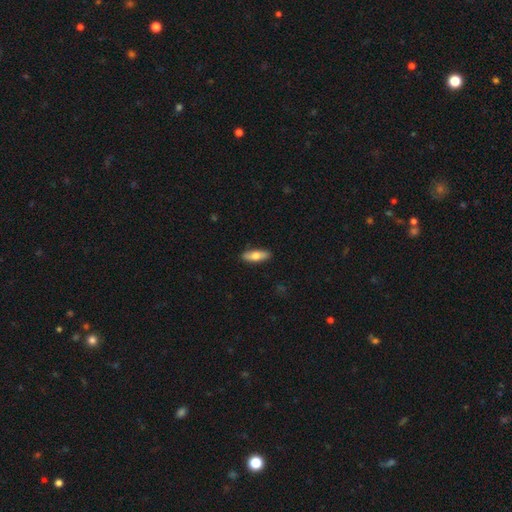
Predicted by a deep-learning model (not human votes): smooth-or-featured: smooth: 72% | featured or disk: 22% | star or artifact: 6%
  how-rounded: in between: 60% | cigar-shaped: 37% | round: 2%
  merging: none: 89% | minor disturbance: 9% | major disturbance: 2% | merger: 1%